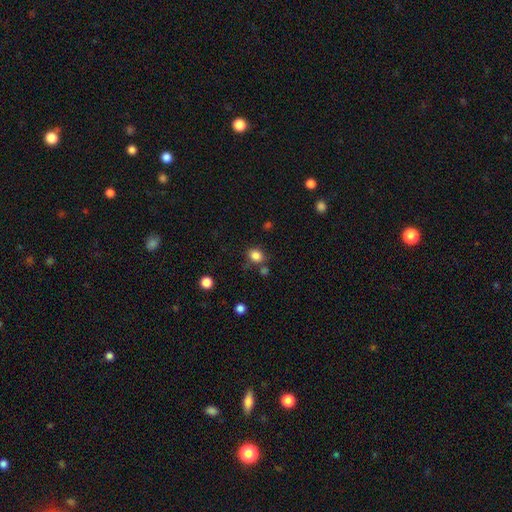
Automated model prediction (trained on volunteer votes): Smooth or featured? smooth (83%)
How rounded? round (58%)
Merging? none (73%)